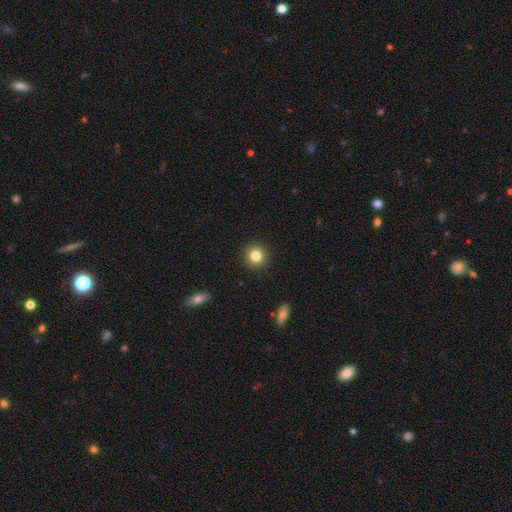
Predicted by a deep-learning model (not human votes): Smooth or featured?
  - smooth: 82% *
  - star or artifact: 11%
  - featured or disk: 7%
How rounded?
  - round: 92% *
  - in between: 7%
  - cigar-shaped: 1%
Merging?
  - none: 92% *
  - minor disturbance: 5%
  - major disturbance: 2%
  - merger: 1%